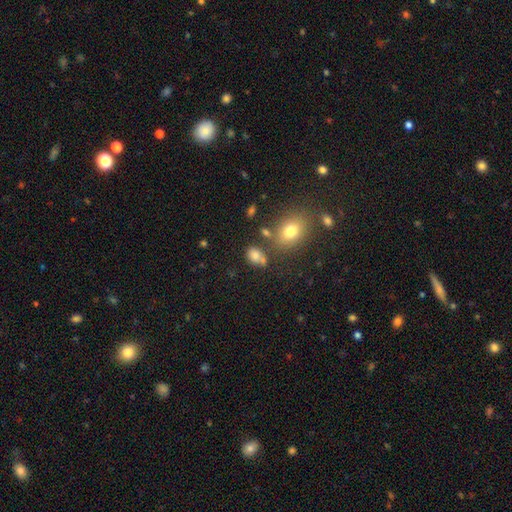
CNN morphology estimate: This appears to be a smooth galaxy with no disk features (78%) that is in between round and cigar-shaped (73%). Merging: none (54%).